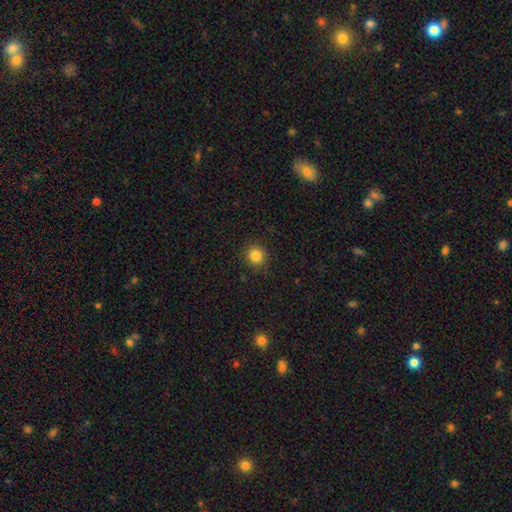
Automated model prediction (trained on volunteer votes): Smooth or featured?
  - smooth: 83% *
  - star or artifact: 11%
  - featured or disk: 5%
How rounded?
  - round: 91% *
  - in between: 8%
  - cigar-shaped: 1%
Merging?
  - none: 90% *
  - minor disturbance: 7%
  - major disturbance: 2%
  - merger: 1%